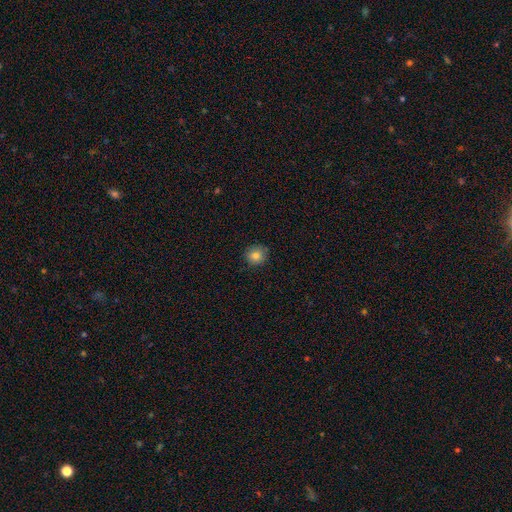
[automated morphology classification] Smooth or featured: smooth — 82% (star or artifact — 11%)
How rounded: round — 90% (in between — 9%)
Merging: none — 87% (minor disturbance — 10%)